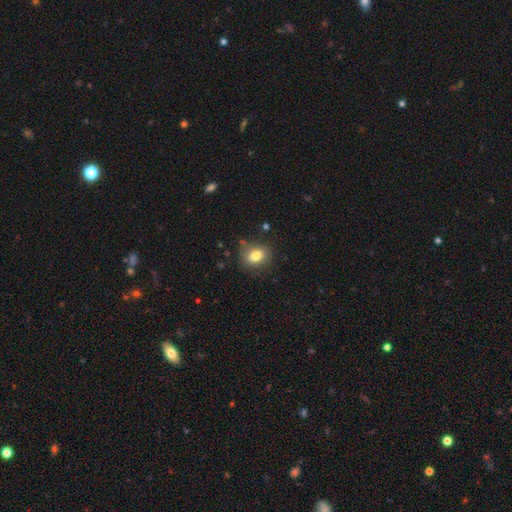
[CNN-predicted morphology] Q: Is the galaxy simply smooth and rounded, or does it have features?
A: smooth — 80%.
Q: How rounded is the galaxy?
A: in between — 60%.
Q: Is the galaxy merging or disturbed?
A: none — 79%.